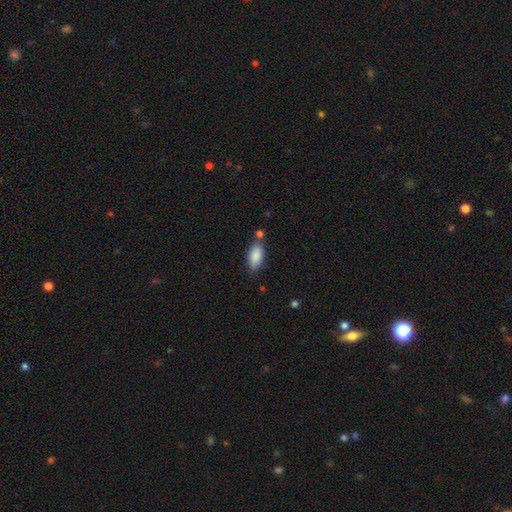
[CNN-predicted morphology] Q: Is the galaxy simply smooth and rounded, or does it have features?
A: smooth — 87%.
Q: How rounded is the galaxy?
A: in between — 90%.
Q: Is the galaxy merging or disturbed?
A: none — 68%.